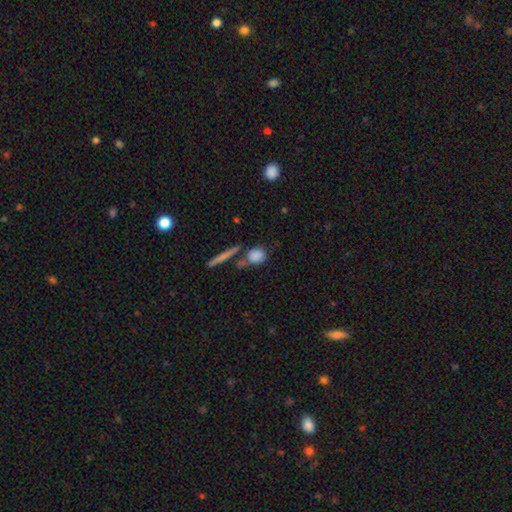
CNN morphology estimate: Smooth or featured? smooth (83%)
How rounded? round (69%)
Merging? none (65%)